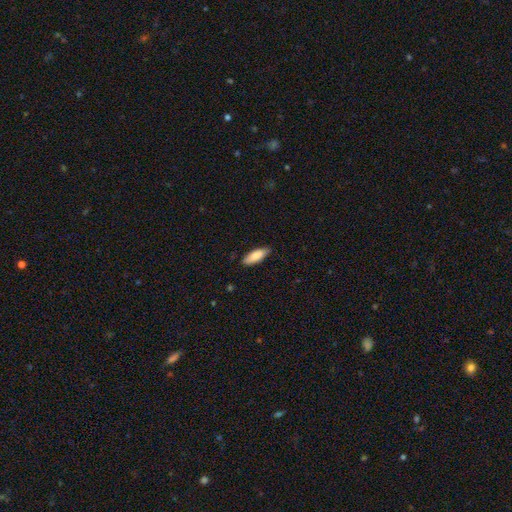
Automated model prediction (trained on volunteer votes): This is clearly a smooth galaxy (85%). How rounded: likely in between (69%). Merging: clearly none (84%).